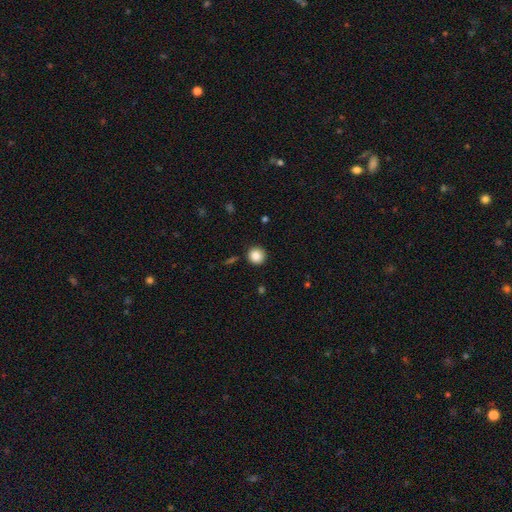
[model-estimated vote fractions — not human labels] This appears to be a smooth galaxy with no disk features (86%) that is round (95%). Merging: none (91%).